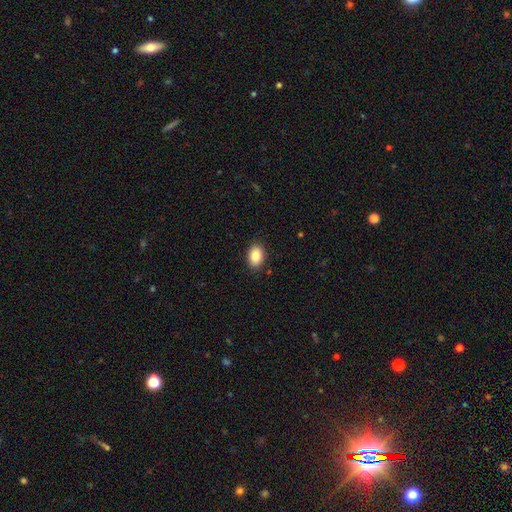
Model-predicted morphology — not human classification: type=smooth (86%); roundness=in between (85%); merging=none (88%).